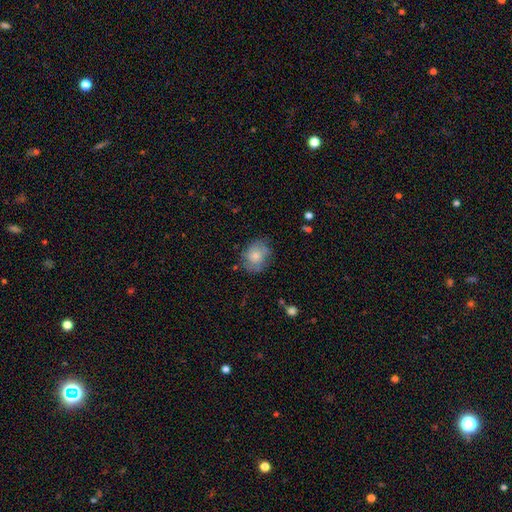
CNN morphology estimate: smooth_or_featured: smooth (p=0.67) [alt: featured or disk p=0.26]
how_rounded: round (p=0.57) [alt: in between p=0.42]
merging: none (p=0.66) [alt: minor disturbance p=0.23]